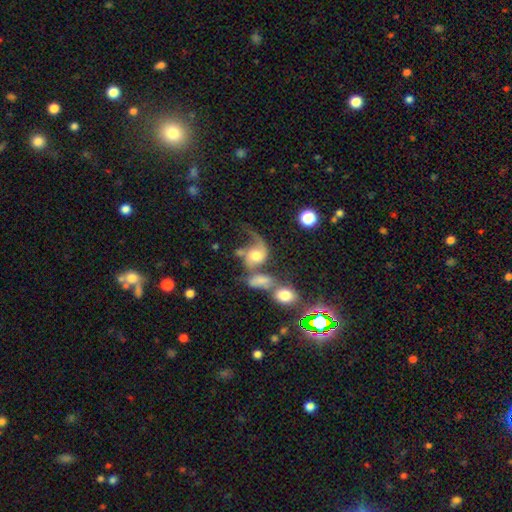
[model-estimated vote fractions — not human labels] A featured or disk galaxy (56%) with no bar (74%), spiral arms (78%) and a moderate central bulge (52%).

Vote fractions:
- Smooth or featured? featured or disk: 56% / smooth: 33% / star or artifact: 11%
- Edge-on disk? no: 96% / yes: 4%
- Bar? no: 74% / weak: 20% / strong: 5%
- Spiral arms? yes: 78% / no: 22%
- Bulge size? moderate: 52% / large: 27% / small: 12% / none: 5% / dominant: 4%
- Merging? merger: 45% / major disturbance: 29% / none: 17% / minor disturbance: 10%